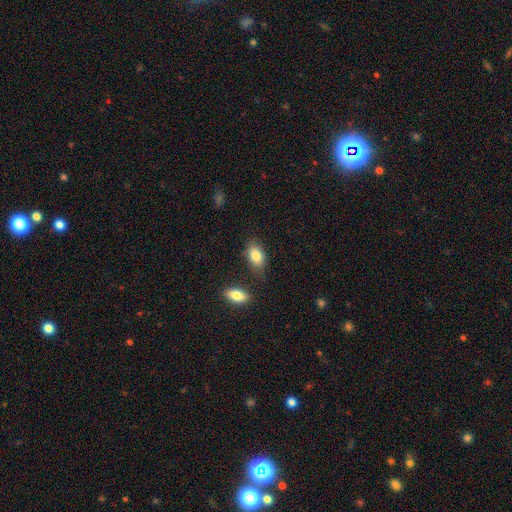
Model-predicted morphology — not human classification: This is clearly a smooth galaxy (84%). How rounded: clearly in between (91%). Merging: likely none (73%).